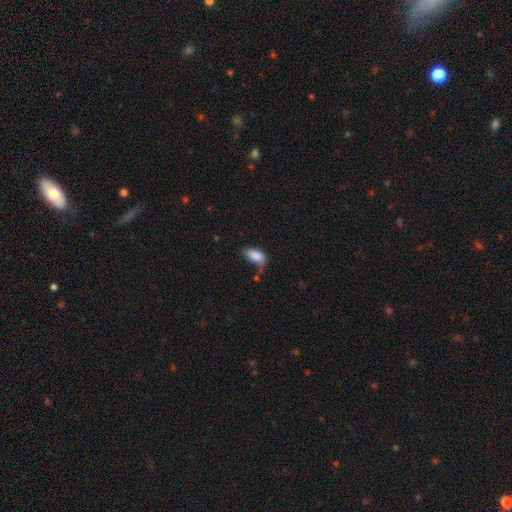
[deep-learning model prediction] The model was most divided on "merging": none: 42%, minor disturbance: 33%, major disturbance: 15%, merger: 10%. More confident: how rounded — in between (92%); smooth or featured — smooth (85%).